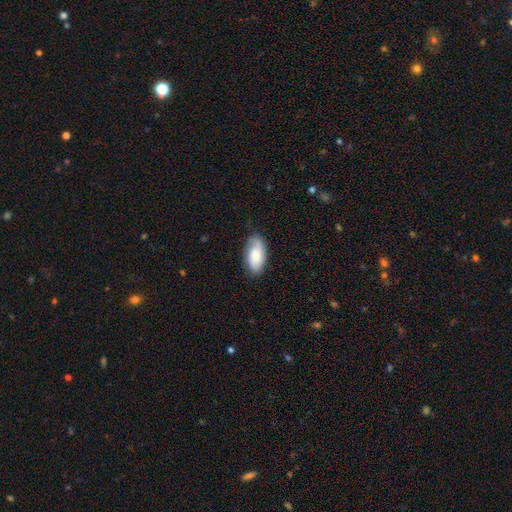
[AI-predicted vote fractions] A smooth galaxy with no disk features (71%) that is in between round and cigar-shaped (92%).

Vote fractions:
- Smooth or featured? smooth: 71% / featured or disk: 22% / star or artifact: 6%
- How rounded? in between: 92% / cigar-shaped: 6% / round: 2%
- Merging? none: 78% / minor disturbance: 18% / major disturbance: 4% / merger: 1%